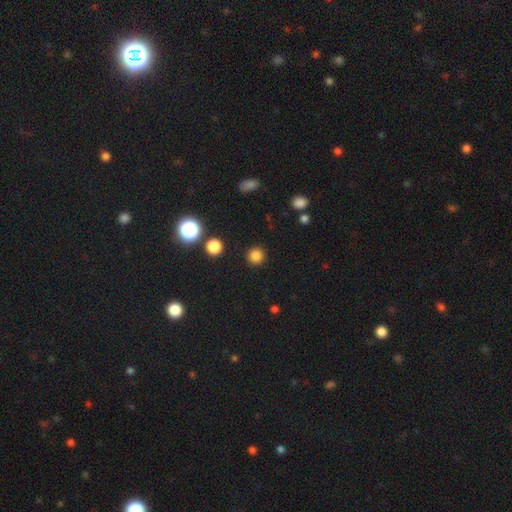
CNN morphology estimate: The model was most divided on "smooth or featured": smooth: 82%, star or artifact: 14%, featured or disk: 4%. More confident: how rounded — round (94%); merging — none (91%).